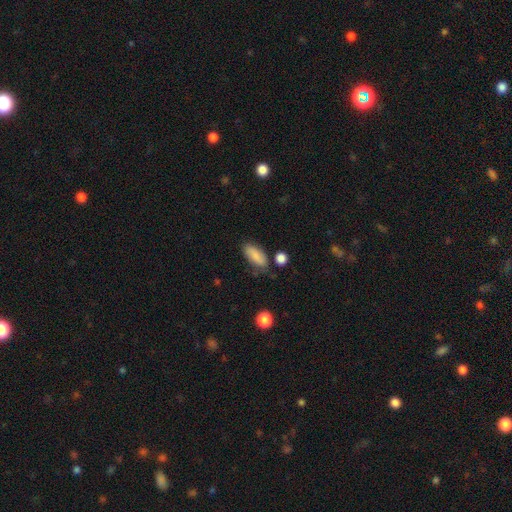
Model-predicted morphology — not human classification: Smooth or featured: smooth — 86% (featured or disk — 8%)
How rounded: in between — 83% (cigar-shaped — 15%)
Merging: none — 73% (minor disturbance — 18%)